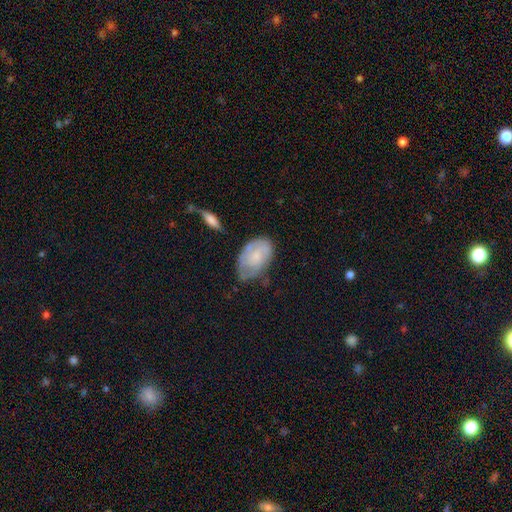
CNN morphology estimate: smooth_or_featured: smooth (p=0.53) [alt: featured or disk p=0.40]
how_rounded: in between (p=0.91) [alt: round p=0.08]
merging: none (p=0.49) [alt: minor disturbance p=0.36]